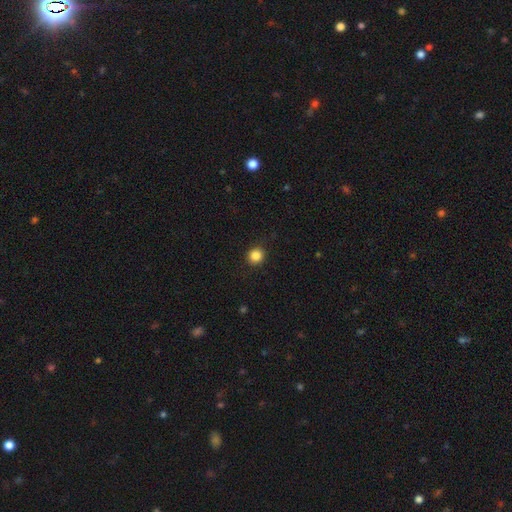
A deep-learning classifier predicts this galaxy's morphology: Overall: smooth (85%). How rounded: round (92%). Merging: none (91%).